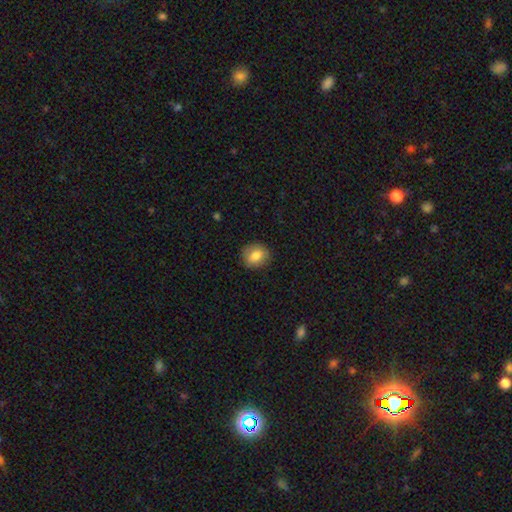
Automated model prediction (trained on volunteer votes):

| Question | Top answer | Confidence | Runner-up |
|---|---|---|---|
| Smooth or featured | smooth | 79% | featured or disk (12%) |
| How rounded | round | 77% | in between (22%) |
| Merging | none | 87% | minor disturbance (10%) |